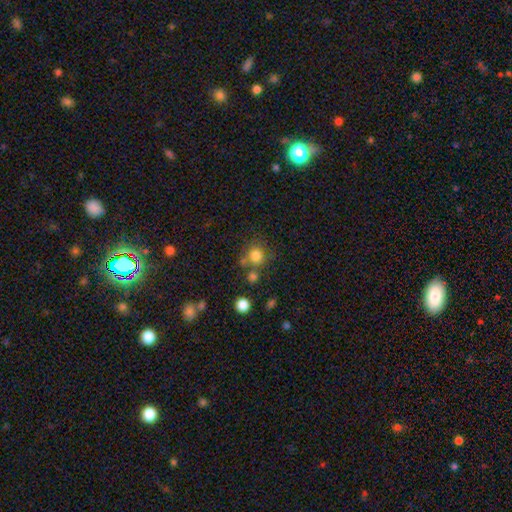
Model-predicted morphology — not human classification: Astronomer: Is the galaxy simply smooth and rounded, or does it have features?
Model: smooth — 79%.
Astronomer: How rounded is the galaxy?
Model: round — 88%.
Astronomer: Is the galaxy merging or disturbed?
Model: none — 63%.